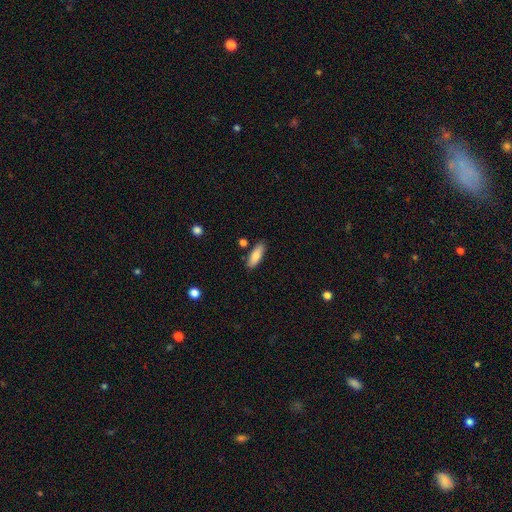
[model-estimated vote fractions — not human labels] The model was most divided on "how rounded": in between: 59%, cigar-shaped: 39%, round: 2%. More confident: merging — none (84%); smooth or featured — smooth (80%).